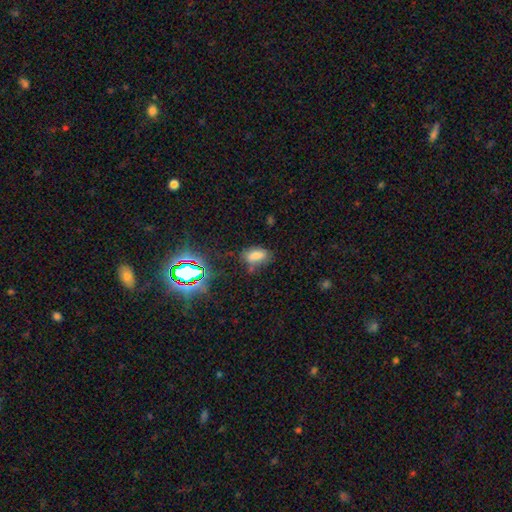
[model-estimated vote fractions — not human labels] The model was most divided on "merging": none: 66%, minor disturbance: 21%, major disturbance: 7%, merger: 6%. More confident: how rounded — in between (89%); smooth or featured — smooth (69%).